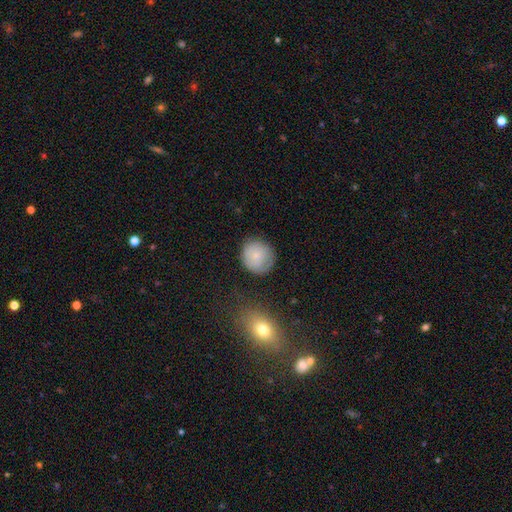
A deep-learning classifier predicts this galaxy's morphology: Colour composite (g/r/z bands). It shows a smooth galaxy with no disk features (79%) that is round (88%). Merging: none (78%).